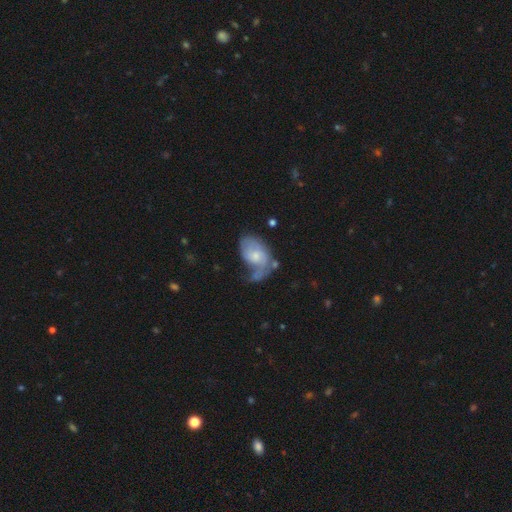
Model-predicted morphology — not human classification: Overall: featured or disk (54%; smooth 40%). Edge-on disk: no (96%). Bar: no (73%). Spiral arms: yes (72%). Bulge size: small (51%; moderate 37%). Merging: major disturbance (35%; minor disturbance 28%).